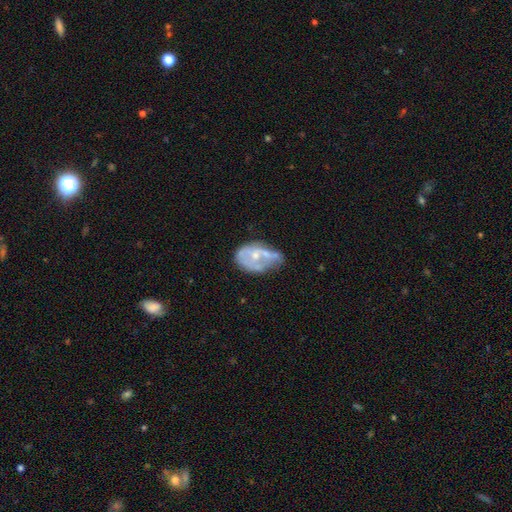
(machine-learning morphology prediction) Q: Smooth or featured?
A: featured or disk (57%); runner-up: smooth (35%)
Q: Edge-on disk?
A: no (96%); runner-up: yes (4%)
Q: Bar?
A: no (83%); runner-up: weak (14%)
Q: Spiral arms?
A: no (80%); runner-up: yes (20%)
Q: Bulge size?
A: small (46%); runner-up: moderate (39%)
Q: Merging?
A: minor disturbance (30%); runner-up: none (27%)